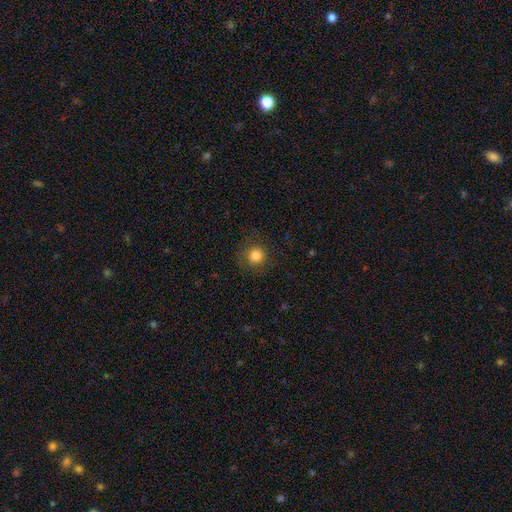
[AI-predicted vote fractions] The model was most divided on "smooth or featured": smooth: 83%, star or artifact: 12%, featured or disk: 6%. More confident: how rounded — round (94%); merging — none (87%).